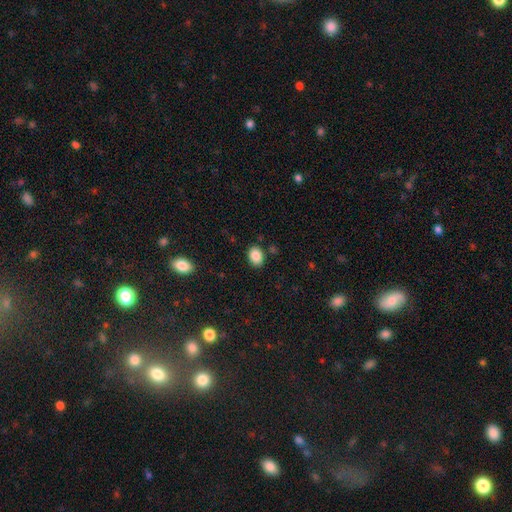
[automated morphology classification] Smooth or featured?
  - smooth: 87% *
  - star or artifact: 9%
  - featured or disk: 4%
How rounded?
  - in between: 68% *
  - round: 31%
  - cigar-shaped: 1%
Merging?
  - none: 85% *
  - minor disturbance: 10%
  - merger: 3%
  - major disturbance: 2%